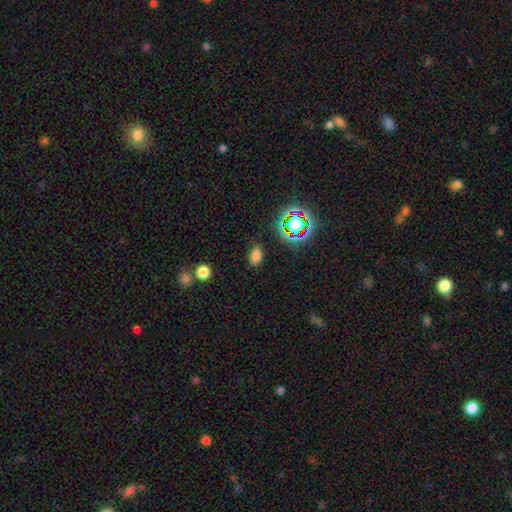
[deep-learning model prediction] Smooth or featured? Predicted: smooth (p=0.74). How rounded? Predicted: in between (p=0.88). Merging? Predicted: none (p=0.84).